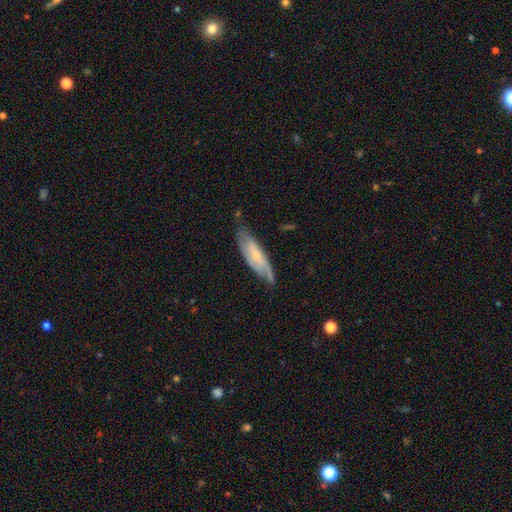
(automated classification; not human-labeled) A featured or disk galaxy (60%).

Vote fractions:
- Smooth or featured? featured or disk: 60% / smooth: 33% / star or artifact: 6%
- Edge-on disk? no: 75% / yes: 25%
- Merging? none: 62% / minor disturbance: 28% / major disturbance: 8% / merger: 2%